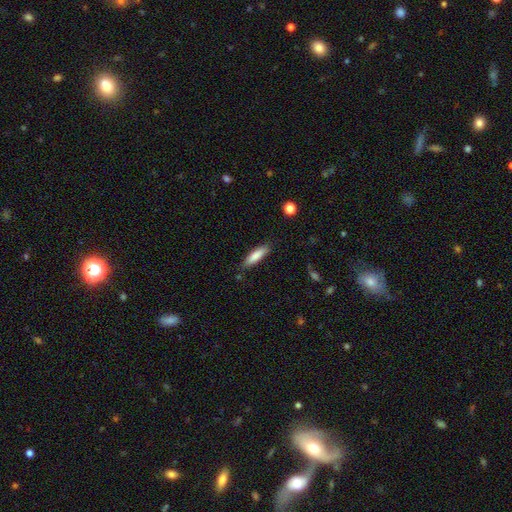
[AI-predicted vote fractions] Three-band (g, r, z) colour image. It shows a smooth galaxy with no disk features (81%) that is cigar-shaped (68%). Merging: none (83%).